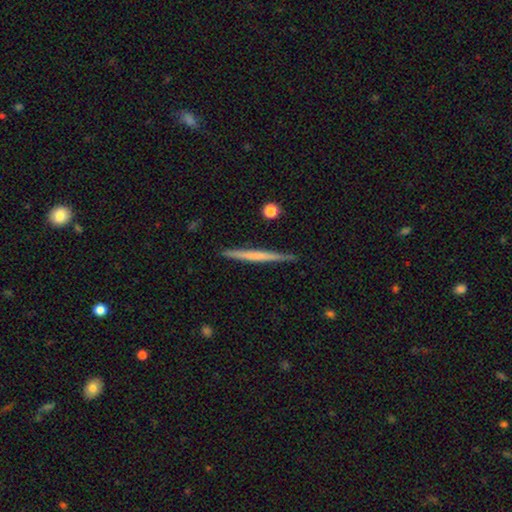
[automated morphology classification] The model was most divided on "smooth or featured": featured or disk: 48%, smooth: 47%, star or artifact: 5%. More confident: merging — none (89%).